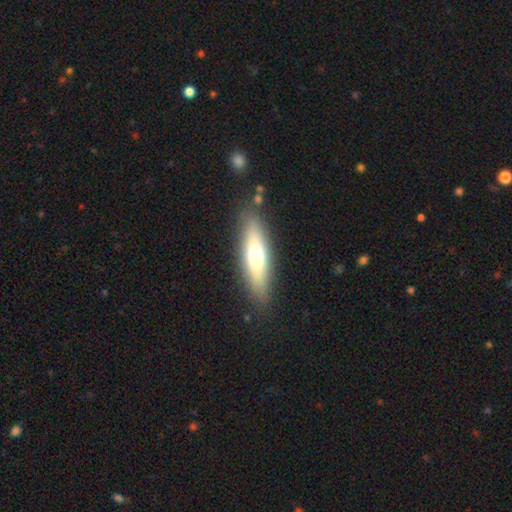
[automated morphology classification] smooth_or_featured: smooth (p=0.58) [alt: featured or disk p=0.35]
how_rounded: cigar-shaped (p=0.62) [alt: in between p=0.36]
merging: none (p=0.85) [alt: minor disturbance p=0.10]